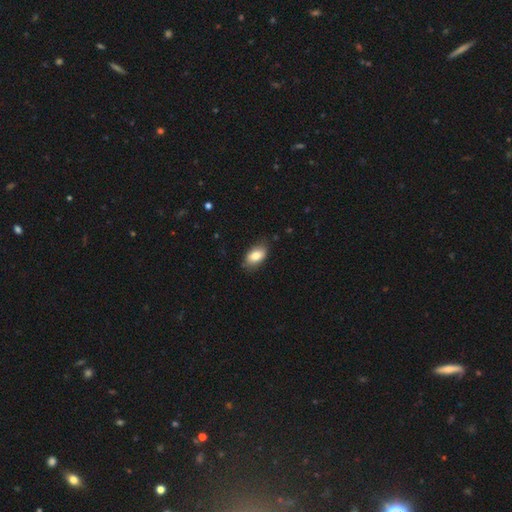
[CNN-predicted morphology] smooth-or-featured: smooth: 80% | featured or disk: 14% | star or artifact: 7%
  how-rounded: in between: 92% | round: 6% | cigar-shaped: 2%
  merging: none: 79% | minor disturbance: 17% | major disturbance: 3% | merger: 1%